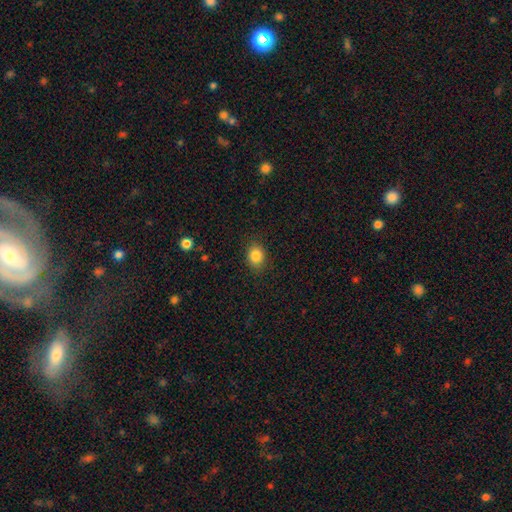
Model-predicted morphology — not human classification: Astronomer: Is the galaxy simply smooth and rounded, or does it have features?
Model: smooth — 85%.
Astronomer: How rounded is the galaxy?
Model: round — 53% (runner-up: in between, 46%).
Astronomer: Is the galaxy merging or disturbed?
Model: none — 87%.